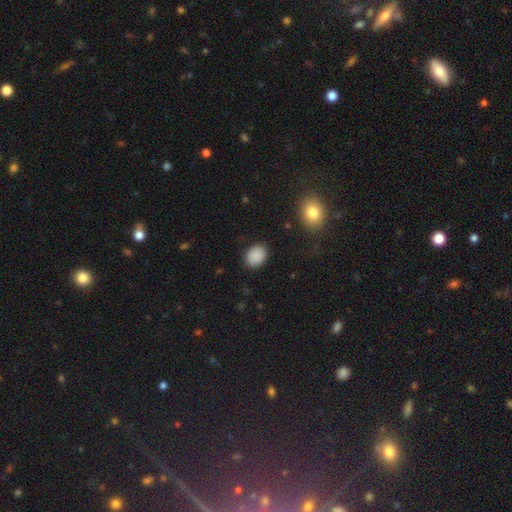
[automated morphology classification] This appears to be a smooth galaxy with no disk features (89%) that is in between round and cigar-shaped (60%). Merging: none (87%).